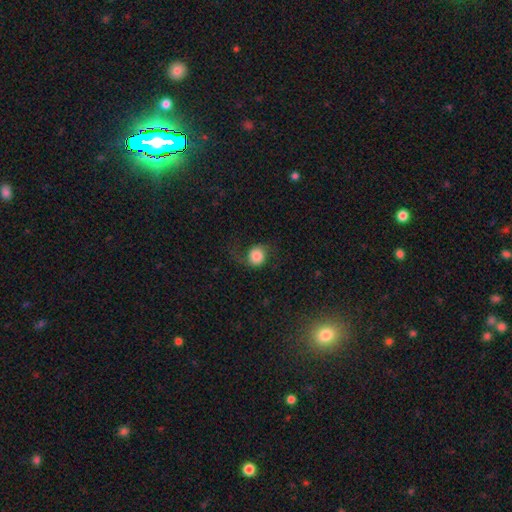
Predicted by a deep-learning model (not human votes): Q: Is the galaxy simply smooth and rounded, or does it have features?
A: smooth — 66%.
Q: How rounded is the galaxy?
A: round — 84%.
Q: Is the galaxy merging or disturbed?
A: none — 61%.